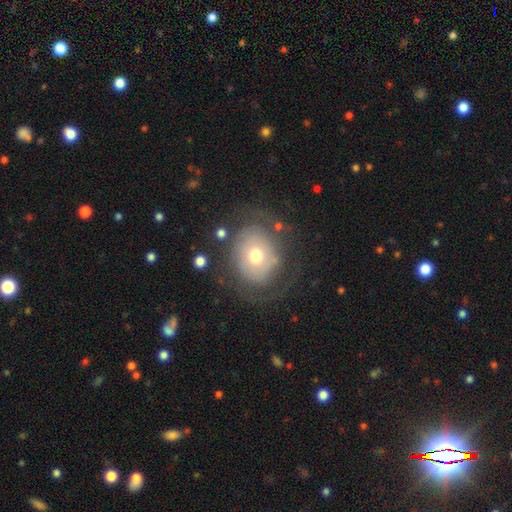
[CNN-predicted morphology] smooth 46%, featured or disk 45%, star or artifact 9%. Down the decision tree: merging — none (62%).